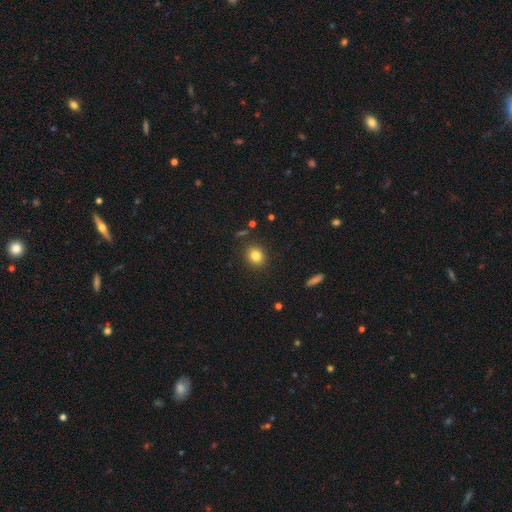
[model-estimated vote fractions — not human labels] A smooth galaxy with no disk features (82%) that is round (72%).

Vote fractions:
- Smooth or featured? smooth: 82% / star or artifact: 11% / featured or disk: 7%
- How rounded? round: 72% / in between: 27% / cigar-shaped: 1%
- Merging? none: 89% / minor disturbance: 7% / major disturbance: 2% / merger: 2%